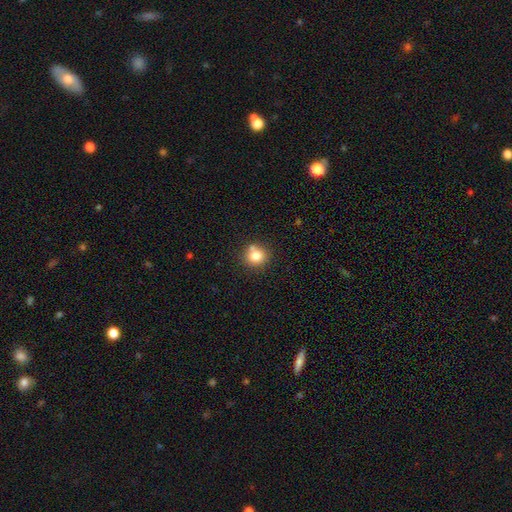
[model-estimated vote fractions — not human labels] Smooth or featured?
  - smooth: 78% *
  - star or artifact: 11%
  - featured or disk: 11%
How rounded?
  - round: 87% *
  - in between: 13%
  - cigar-shaped: 1%
Merging?
  - none: 69% *
  - merger: 17%
  - minor disturbance: 11%
  - major disturbance: 3%